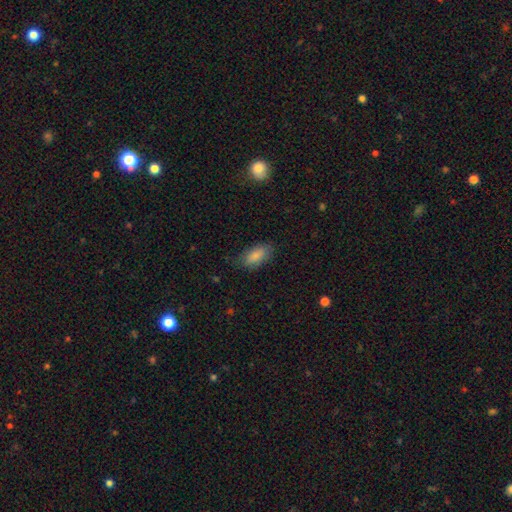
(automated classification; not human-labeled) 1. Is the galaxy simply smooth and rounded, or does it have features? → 85% smooth, 7% featured or disk, 7% star or artifact.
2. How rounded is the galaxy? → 89% in between, 8% cigar-shaped, 3% round.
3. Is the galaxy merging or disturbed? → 74% none, 19% minor disturbance, 5% major disturbance, 1% merger.